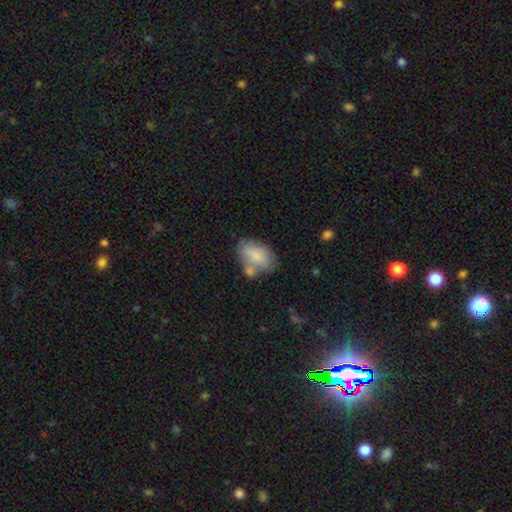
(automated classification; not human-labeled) smooth_or_featured: smooth (p=0.76) [alt: featured or disk p=0.17]
how_rounded: in between (p=0.89) [alt: round p=0.10]
merging: none (p=0.44) [alt: merger p=0.25]